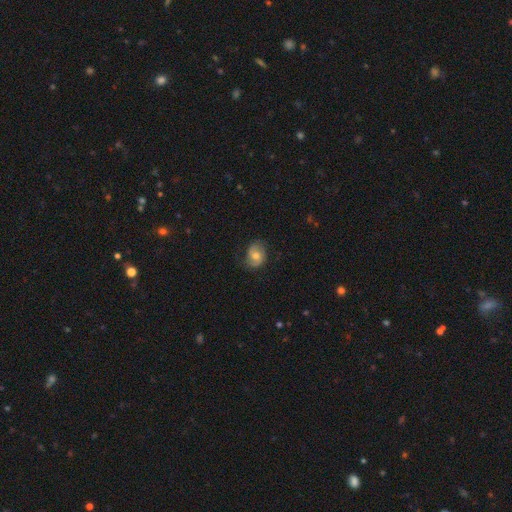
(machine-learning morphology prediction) type=smooth (47%); merging=none (69%).